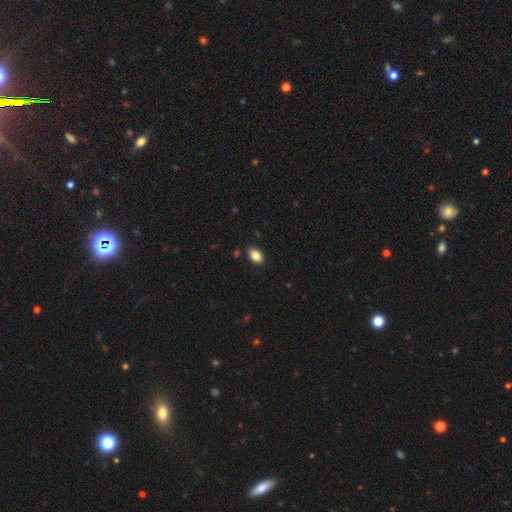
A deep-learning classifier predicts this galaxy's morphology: smooth 85%, star or artifact 8%, featured or disk 6%. Down the decision tree: how rounded — in between (88%); merging — none (89%).